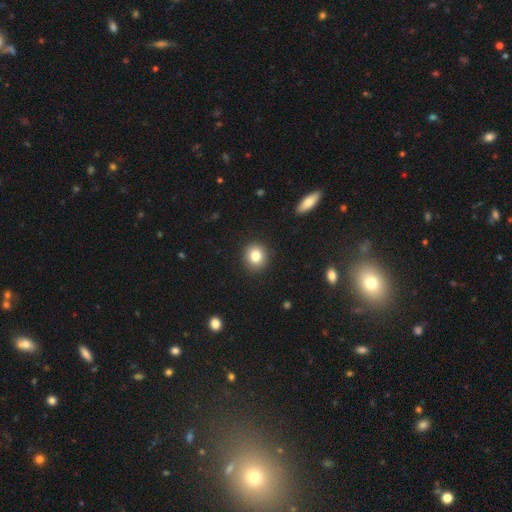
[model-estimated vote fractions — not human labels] Q: Smooth or featured?
A: smooth (82%); runner-up: star or artifact (10%)
Q: How rounded?
A: round (85%); runner-up: in between (14%)
Q: Merging?
A: none (90%); runner-up: minor disturbance (7%)